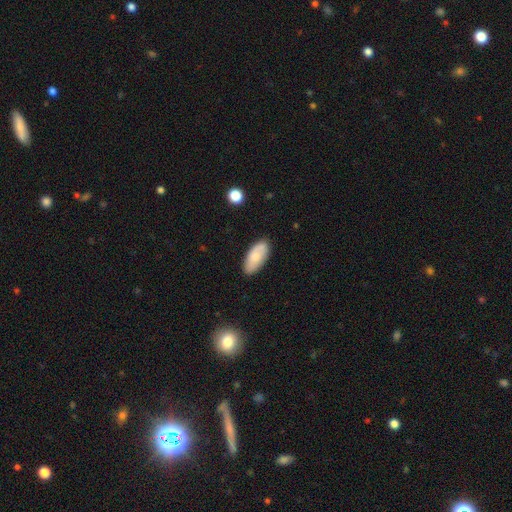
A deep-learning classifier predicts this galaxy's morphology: Overall: smooth (76%). How rounded: in between (91%). Merging: none (82%).